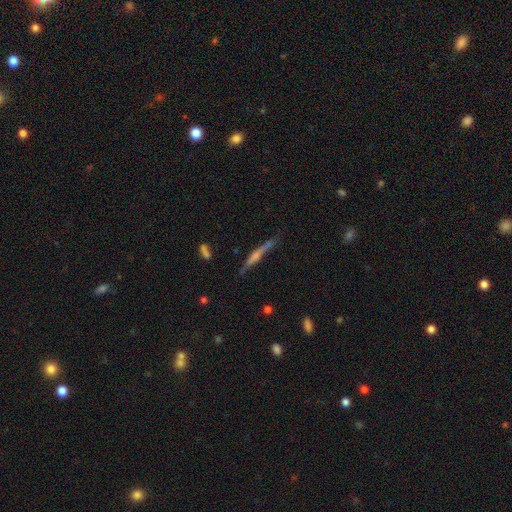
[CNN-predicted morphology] Smooth or featured: featured or disk — 68% (smooth — 24%)
Edge-on disk: yes — 96% (no — 4%)
Edge-on bulge: rounded — 53% (none — 27%)
Merging: none — 77% (minor disturbance — 16%)